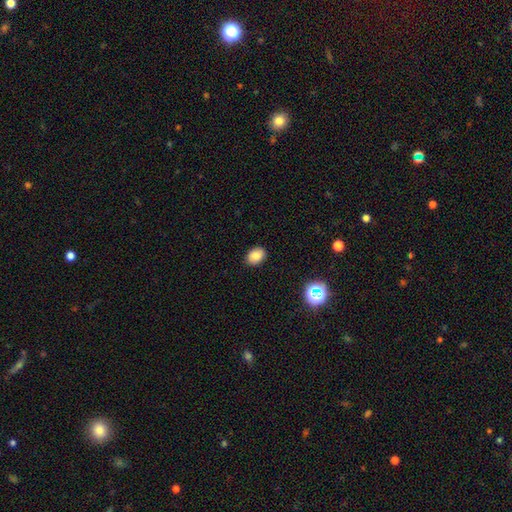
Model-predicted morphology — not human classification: The model was most divided on "how rounded": in between: 73%, round: 26%, cigar-shaped: 1%. More confident: merging — none (88%); smooth or featured — smooth (83%).